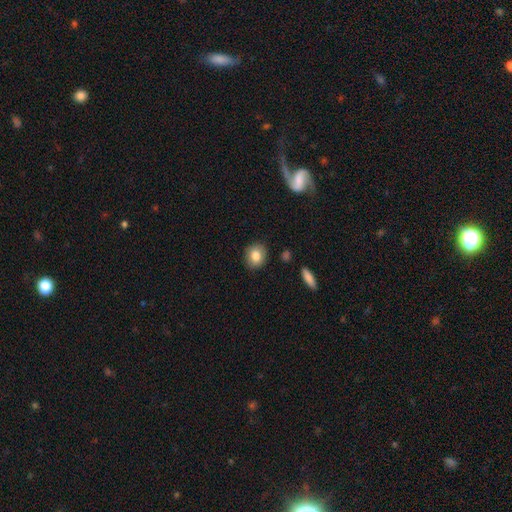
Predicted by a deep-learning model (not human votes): A smooth galaxy with no disk features (82%) that is round (62%).

Vote fractions:
- Smooth or featured? smooth: 82% / featured or disk: 10% / star or artifact: 8%
- How rounded? round: 62% / in between: 37% / cigar-shaped: 1%
- Merging? none: 86% / minor disturbance: 10% / major disturbance: 2% / merger: 2%